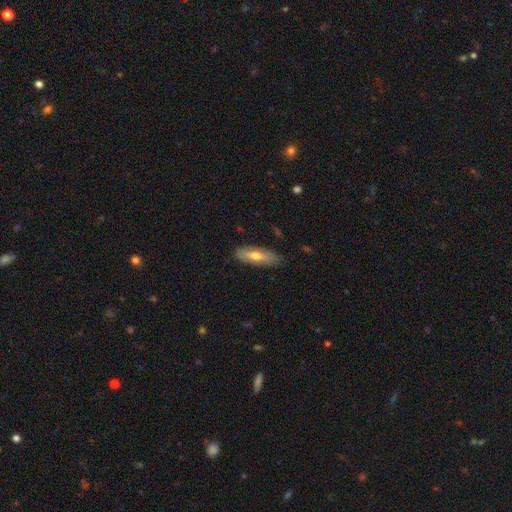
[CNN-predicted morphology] Overall: smooth (59%; featured or disk 34%). How rounded: in between (59%; cigar-shaped 39%). Merging: none (82%).